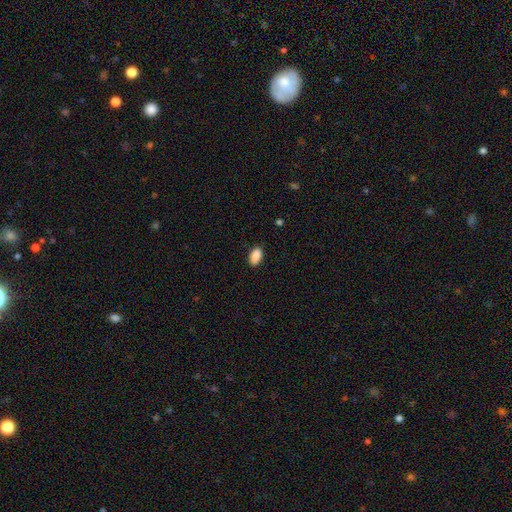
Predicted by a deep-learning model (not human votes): The model was most divided on "merging": none: 86%, minor disturbance: 11%, major disturbance: 2%, merger: 1%. More confident: how rounded — in between (93%); smooth or featured — smooth (90%).